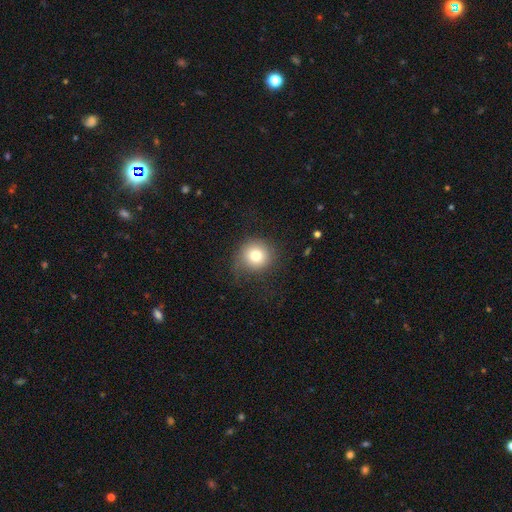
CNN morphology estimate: Q: Smooth or featured?
A: smooth (78%); runner-up: star or artifact (11%)
Q: How rounded?
A: round (91%); runner-up: in between (8%)
Q: Merging?
A: none (72%); runner-up: minor disturbance (18%)